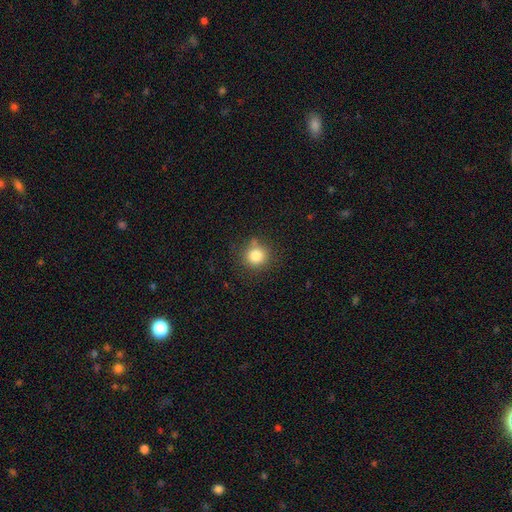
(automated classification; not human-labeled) Smooth or featured: smooth — 82% (star or artifact — 12%)
How rounded: round — 91% (in between — 8%)
Merging: none — 78% (minor disturbance — 13%)